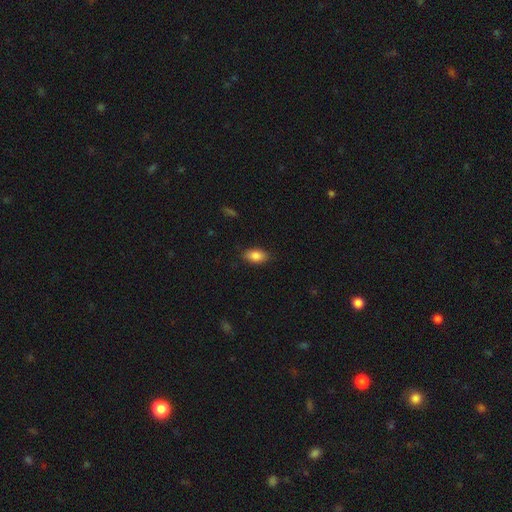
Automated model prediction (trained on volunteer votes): smooth-or-featured: smooth: 85% | star or artifact: 8% | featured or disk: 7%
  how-rounded: in between: 90% | round: 6% | cigar-shaped: 4%
  merging: none: 85% | minor disturbance: 12% | major disturbance: 2% | merger: 1%